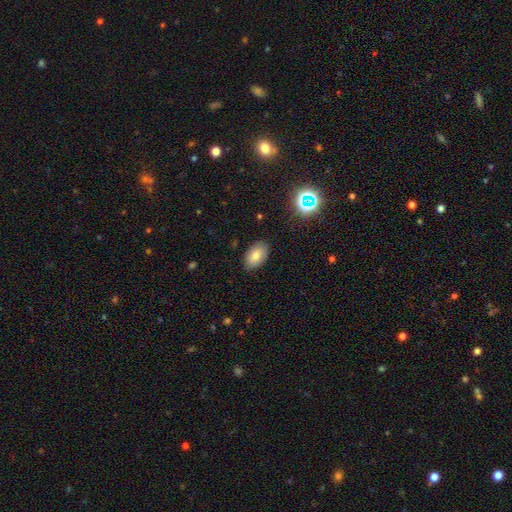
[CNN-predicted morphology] The model was most divided on "smooth or featured": smooth: 80%, star or artifact: 10%, featured or disk: 10%. More confident: how rounded — in between (92%); merging — none (86%).